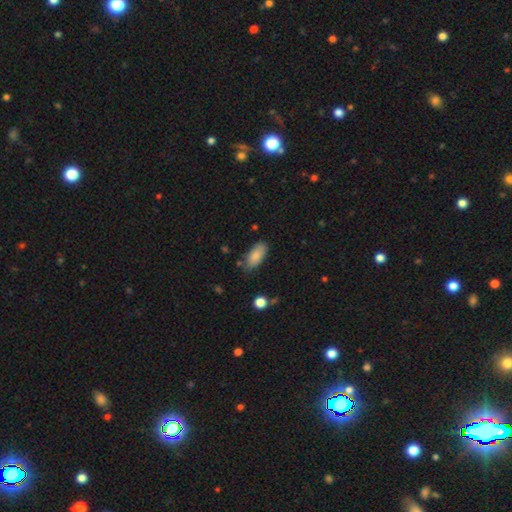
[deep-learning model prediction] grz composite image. It shows a smooth galaxy with no disk features (86%) that is in between round and cigar-shaped (87%). Merging: none (75%).